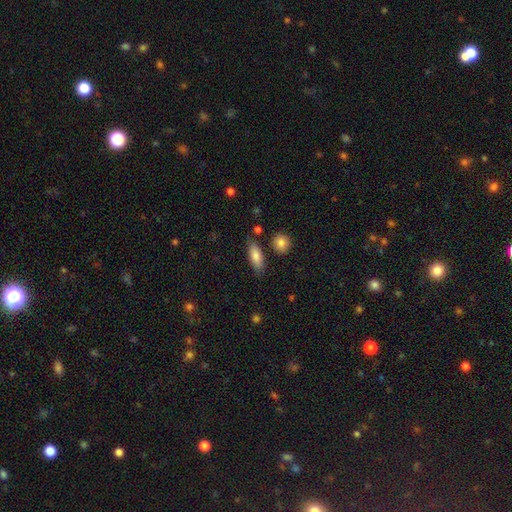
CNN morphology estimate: This appears to be a smooth galaxy with no disk features (82%) that is in between round and cigar-shaped (71%). Merging: none (79%).